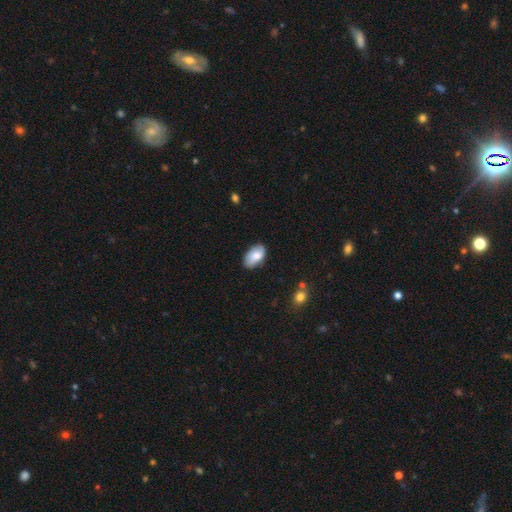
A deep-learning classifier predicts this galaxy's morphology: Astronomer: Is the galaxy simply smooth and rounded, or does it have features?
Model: smooth — 82%.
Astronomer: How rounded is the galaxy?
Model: in between — 94%.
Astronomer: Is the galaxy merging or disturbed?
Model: none — 78%.